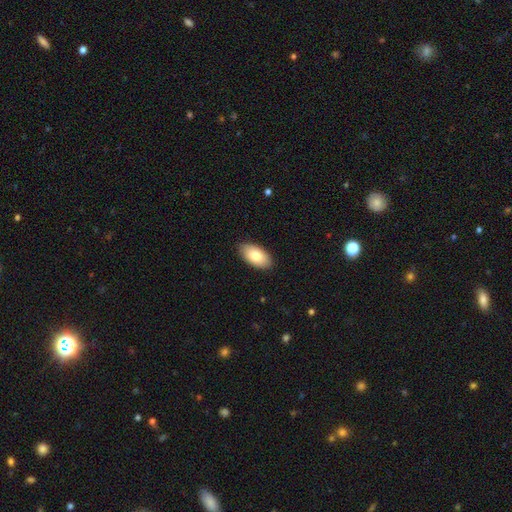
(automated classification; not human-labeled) This appears to be a smooth galaxy with no disk features (79%) that is in between round and cigar-shaped (95%). Merging: none (87%).